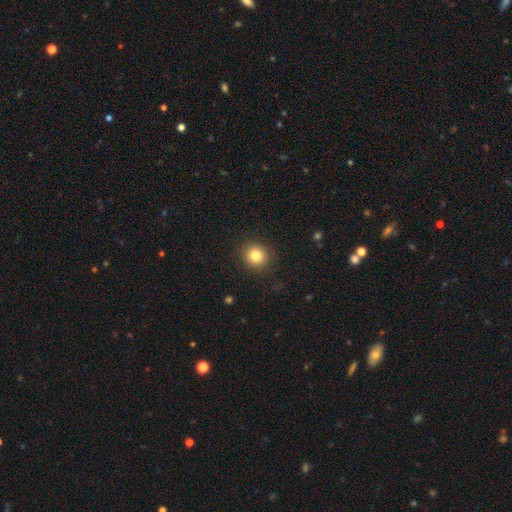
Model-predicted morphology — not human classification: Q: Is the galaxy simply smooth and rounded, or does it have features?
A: smooth — 82%.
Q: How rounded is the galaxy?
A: round — 88%.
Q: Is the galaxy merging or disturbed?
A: none — 89%.